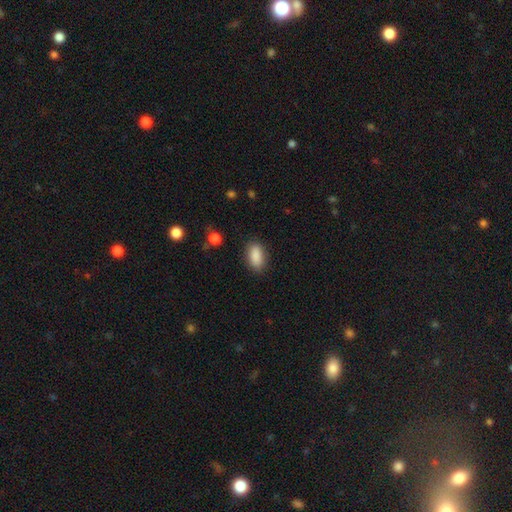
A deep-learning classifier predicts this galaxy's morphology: Smooth or featured? Predicted: smooth (p=0.89). How rounded? Predicted: in between (p=0.90). Merging? Predicted: none (p=0.86).